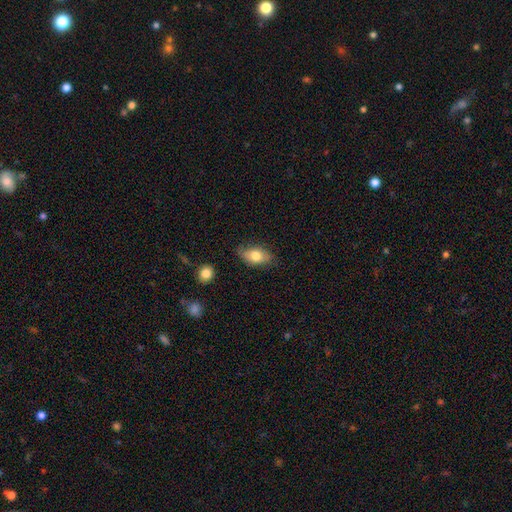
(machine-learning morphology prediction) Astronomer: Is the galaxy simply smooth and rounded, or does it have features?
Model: smooth — 75%.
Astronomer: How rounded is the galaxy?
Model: in between — 88%.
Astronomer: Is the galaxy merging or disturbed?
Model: none — 74%.